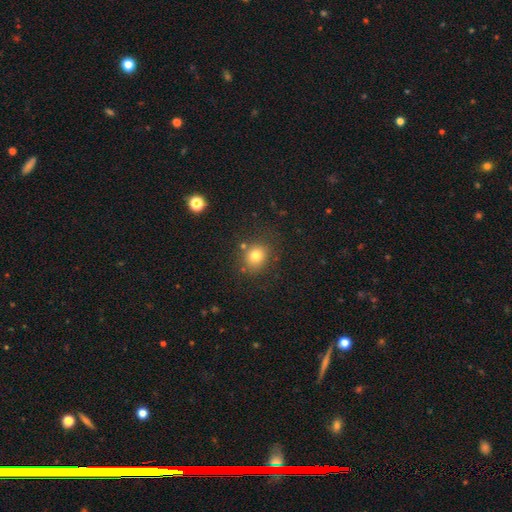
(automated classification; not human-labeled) Overall: smooth (77%). How rounded: round (75%). Merging: none (79%).